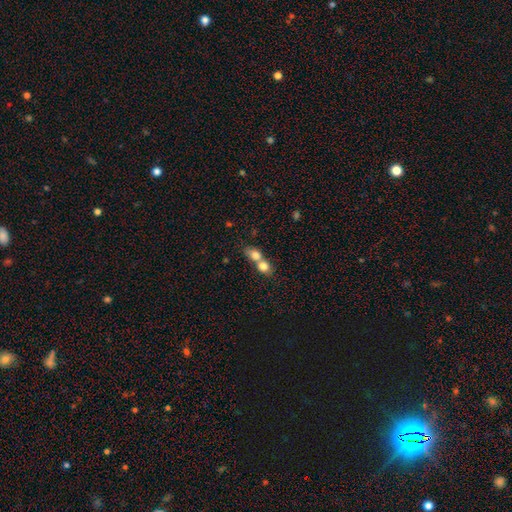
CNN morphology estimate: A smooth galaxy with no disk features (76%) that is round (49%).

Vote fractions:
- Smooth or featured? smooth: 76% / featured or disk: 14% / star or artifact: 9%
- How rounded? round: 49% / in between: 48% / cigar-shaped: 3%
- Merging? merger: 74% / none: 18% / minor disturbance: 5% / major disturbance: 3%